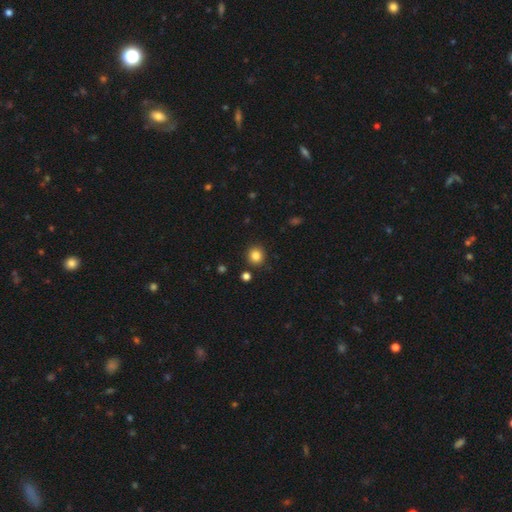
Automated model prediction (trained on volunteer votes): This appears to be a smooth galaxy with no disk features (84%) that is round (89%). Merging: none (89%).